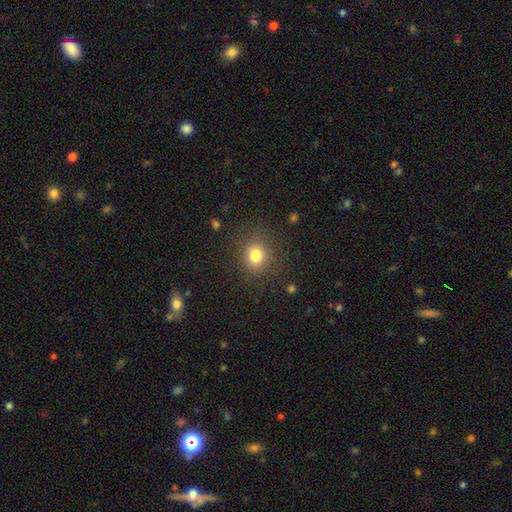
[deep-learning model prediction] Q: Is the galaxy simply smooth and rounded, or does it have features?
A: smooth — 80%.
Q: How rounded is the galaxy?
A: round — 80%.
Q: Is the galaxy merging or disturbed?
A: none — 84%.